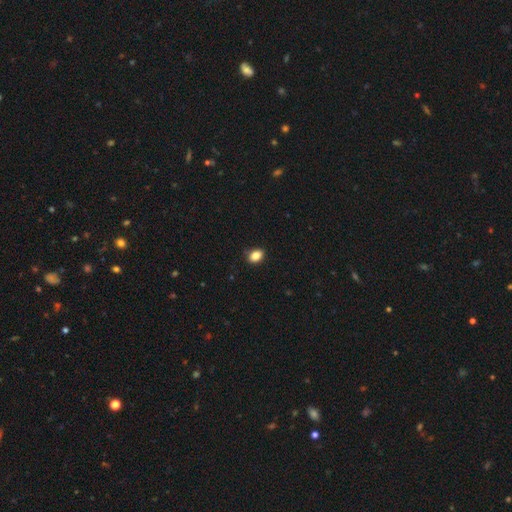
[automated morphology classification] Overall: smooth (86%). How rounded: in between (74%). Merging: none (87%).